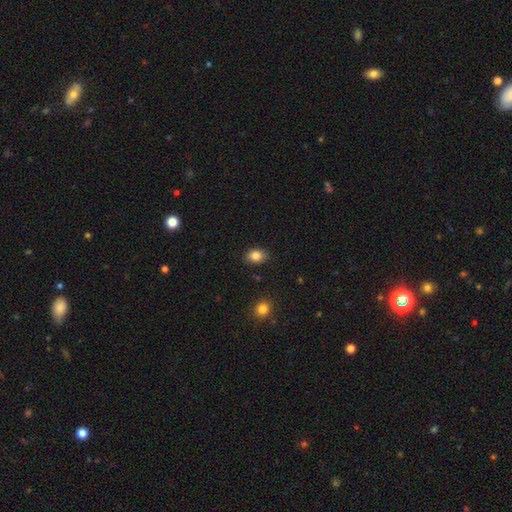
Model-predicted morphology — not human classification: Overall: smooth (85%). How rounded: in between (72%). Merging: none (85%).